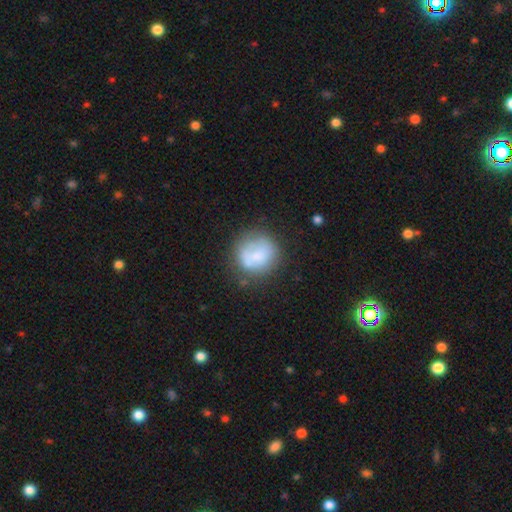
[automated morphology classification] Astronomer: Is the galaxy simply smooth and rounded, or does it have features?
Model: smooth — 64%.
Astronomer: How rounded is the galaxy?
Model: round — 85%.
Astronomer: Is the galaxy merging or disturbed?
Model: none — 57%.